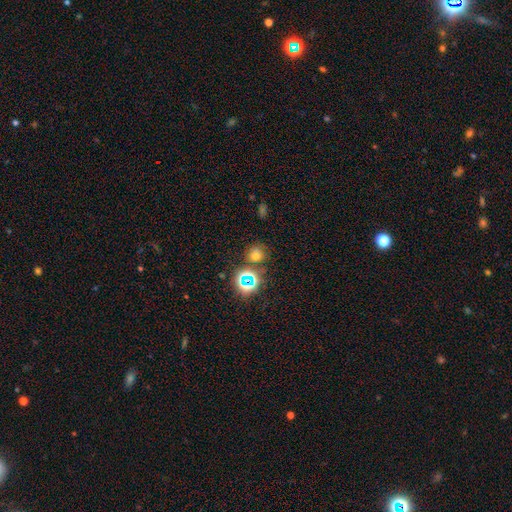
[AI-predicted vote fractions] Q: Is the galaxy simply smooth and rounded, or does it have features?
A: smooth — 61%.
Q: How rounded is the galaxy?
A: round — 85%.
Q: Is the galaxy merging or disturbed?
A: none — 75%.